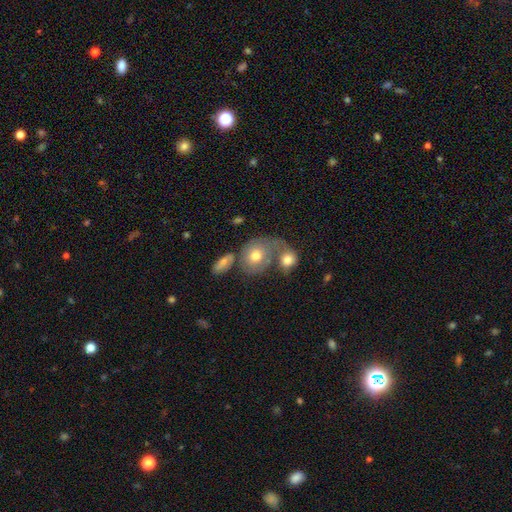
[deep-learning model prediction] Q: Smooth or featured?
A: smooth (66%); runner-up: featured or disk (26%)
Q: How rounded?
A: round (61%); runner-up: in between (38%)
Q: Merging?
A: merger (51%); runner-up: none (26%)